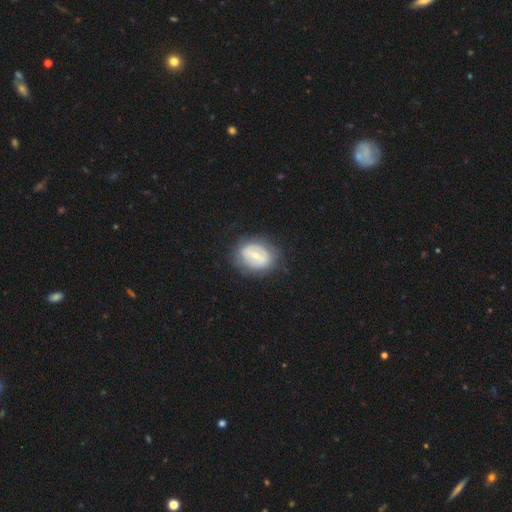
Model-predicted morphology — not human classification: featured or disk 54%, smooth 39%, star or artifact 7%. Down the decision tree: edge-on disk — no (96%); bar — weak (40%); spiral arms — no (61%); bulge size — small (51%); merging — none (75%).